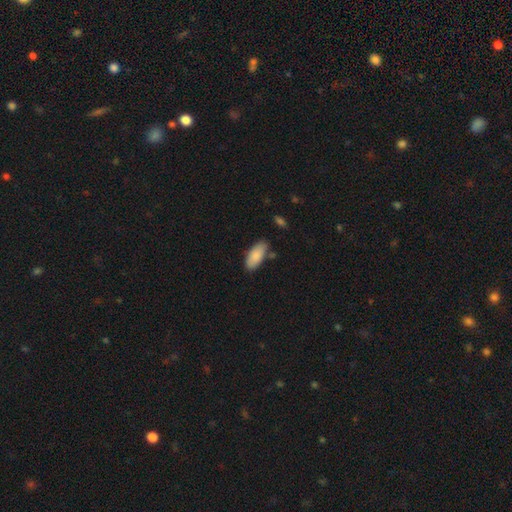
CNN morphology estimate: The model was most divided on "merging": none: 78%, minor disturbance: 15%, merger: 4%, major disturbance: 3%. More confident: how rounded — in between (87%); smooth or featured — smooth (87%).